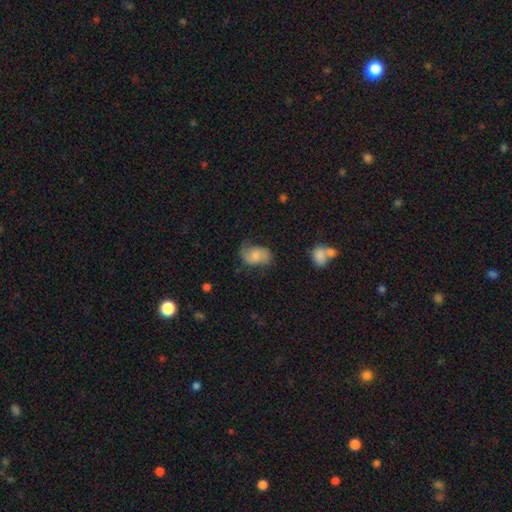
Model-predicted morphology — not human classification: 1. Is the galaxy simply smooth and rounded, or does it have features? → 54% smooth, 38% featured or disk, 8% star or artifact.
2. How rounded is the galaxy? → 82% in between, 16% round, 1% cigar-shaped.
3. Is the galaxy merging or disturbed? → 58% none, 28% minor disturbance, 12% major disturbance, 2% merger.